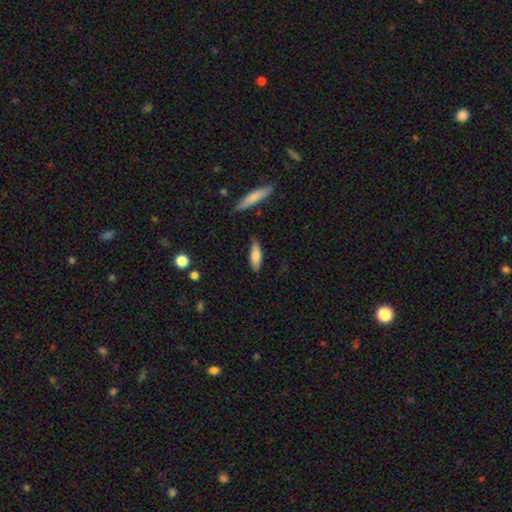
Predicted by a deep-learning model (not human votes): smooth-or-featured: smooth: 75% | featured or disk: 18% | star or artifact: 6%
  how-rounded: in between: 52% | cigar-shaped: 46% | round: 2%
  merging: none: 82% | minor disturbance: 13% | major disturbance: 3% | merger: 2%